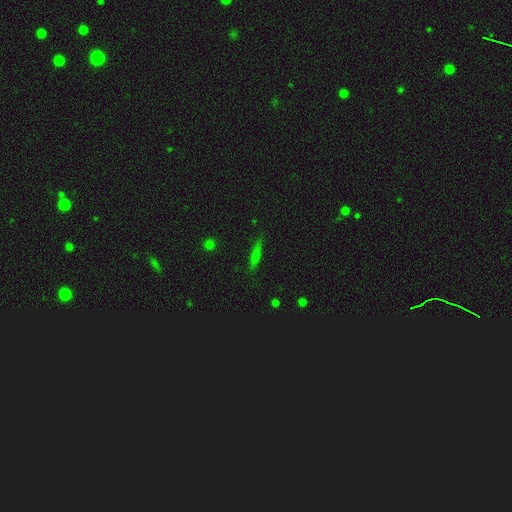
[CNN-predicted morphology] Smooth or featured?
  - smooth: 61% *
  - featured or disk: 25%
  - star or artifact: 14%
How rounded?
  - cigar-shaped: 85% *
  - in between: 13%
  - round: 3%
Merging?
  - none: 85% *
  - minor disturbance: 11%
  - major disturbance: 2%
  - merger: 2%